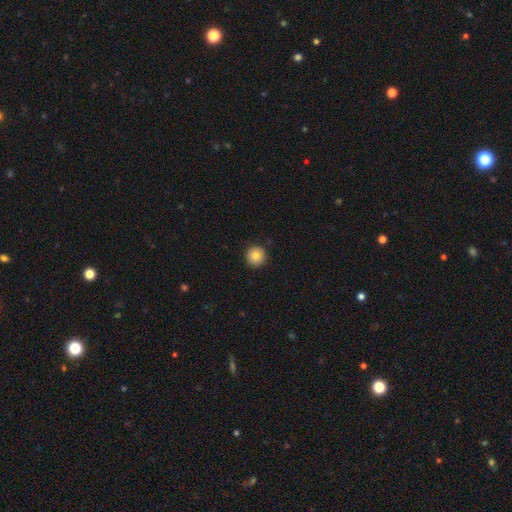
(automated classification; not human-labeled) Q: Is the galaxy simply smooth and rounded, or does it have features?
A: smooth — 84%.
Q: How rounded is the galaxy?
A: round — 96%.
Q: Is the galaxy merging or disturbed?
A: none — 92%.